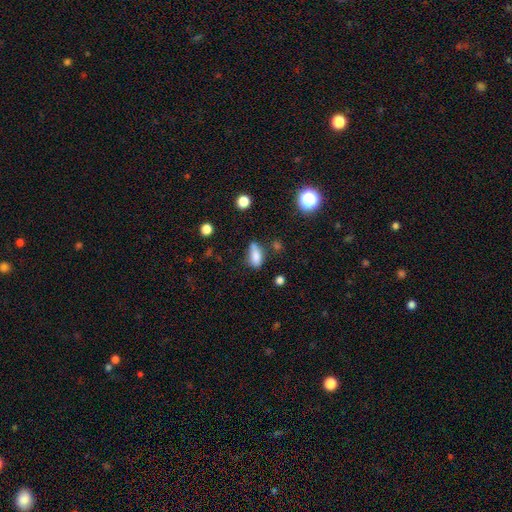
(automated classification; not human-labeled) Smooth or featured? smooth (78%)
How rounded? in between (79%)
Merging? none (51%)